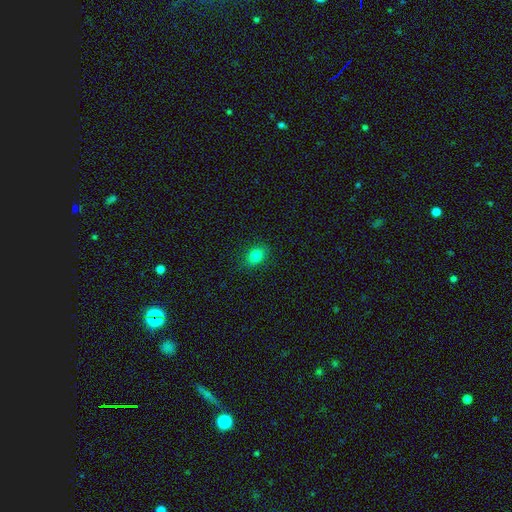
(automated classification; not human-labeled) A smooth galaxy with no disk features (83%) that is in between round and cigar-shaped (64%).

Vote fractions:
- Smooth or featured? smooth: 83% / star or artifact: 12% / featured or disk: 6%
- How rounded? in between: 64% / round: 35% / cigar-shaped: 1%
- Merging? none: 87% / minor disturbance: 10% / major disturbance: 2% / merger: 1%